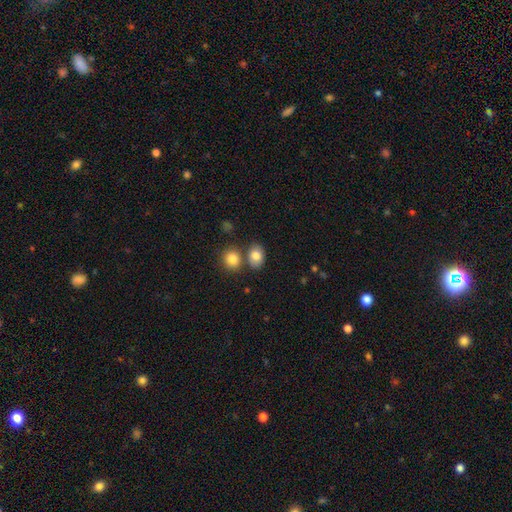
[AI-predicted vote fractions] smooth_or_featured: smooth (p=0.82) [alt: featured or disk p=0.09]
how_rounded: in between (p=0.65) [alt: round p=0.34]
merging: none (p=0.65) [alt: merger p=0.21]